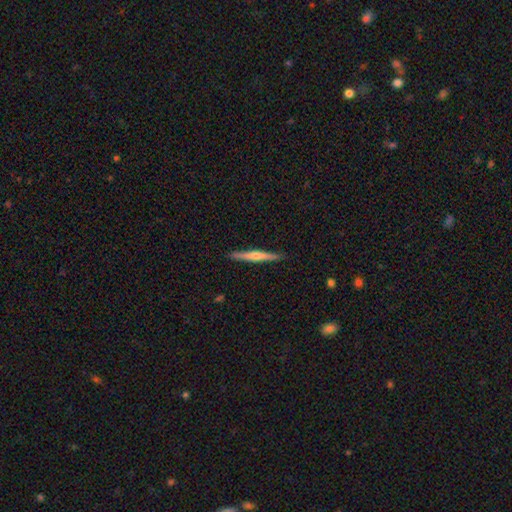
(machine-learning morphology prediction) A featured or disk galaxy (57%) viewed edge-on (97%) with a rounded central bulge (76%). Merging: none (90%).